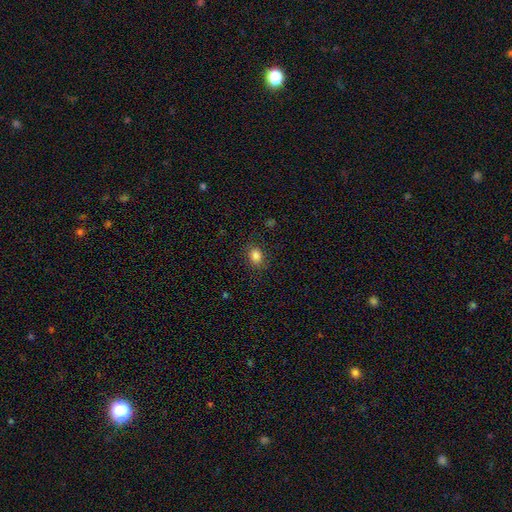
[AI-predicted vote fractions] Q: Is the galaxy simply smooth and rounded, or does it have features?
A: smooth — 84%.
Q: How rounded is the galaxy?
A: in between — 56%.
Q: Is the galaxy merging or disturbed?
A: none — 84%.